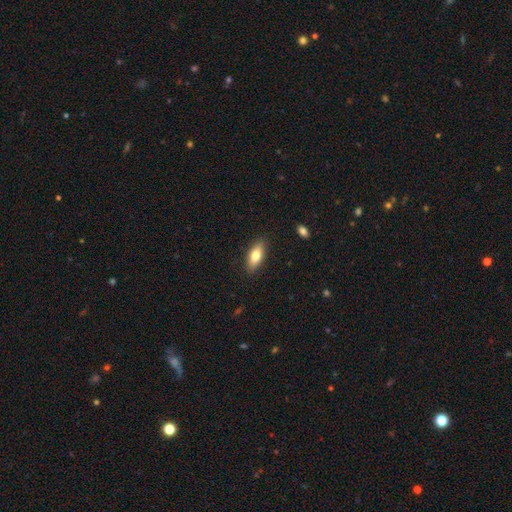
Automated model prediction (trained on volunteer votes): smooth-or-featured: smooth: 74% | featured or disk: 19% | star or artifact: 7%
  how-rounded: in between: 79% | cigar-shaped: 18% | round: 3%
  merging: none: 88% | minor disturbance: 9% | major disturbance: 2% | merger: 1%